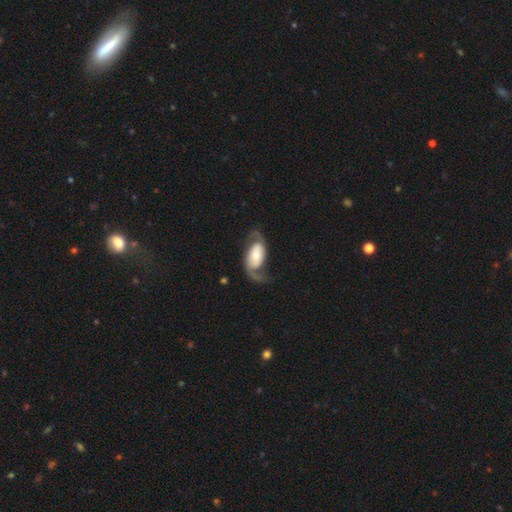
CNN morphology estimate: Smooth or featured? featured or disk (79%)
Edge-on disk? no (95%)
Bar? no (56%)
Spiral arms? yes (91%)
Spiral winding? loose (62%)
Spiral arm count? 2 (90%)
Bulge size? moderate (48%)
Merging? none (62%)